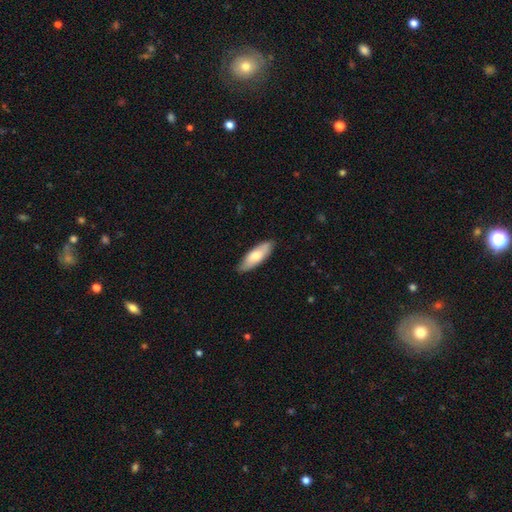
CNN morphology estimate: smooth-or-featured: smooth: 71% | featured or disk: 24% | star or artifact: 5%
  how-rounded: in between: 64% | cigar-shaped: 34% | round: 2%
  merging: none: 84% | minor disturbance: 13% | major disturbance: 2% | merger: 1%